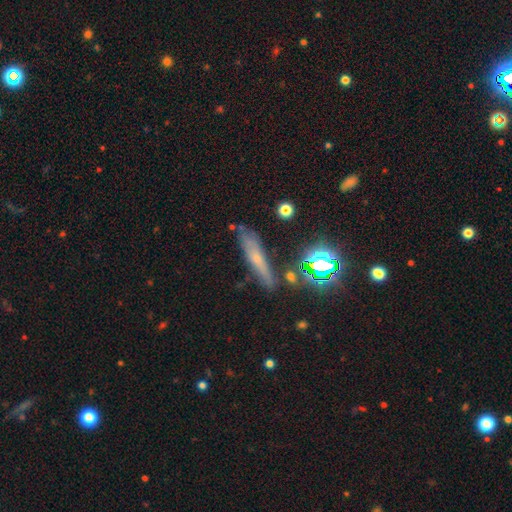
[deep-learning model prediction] Overall: smooth (41%; featured or disk 35%). Merging: none (73%).